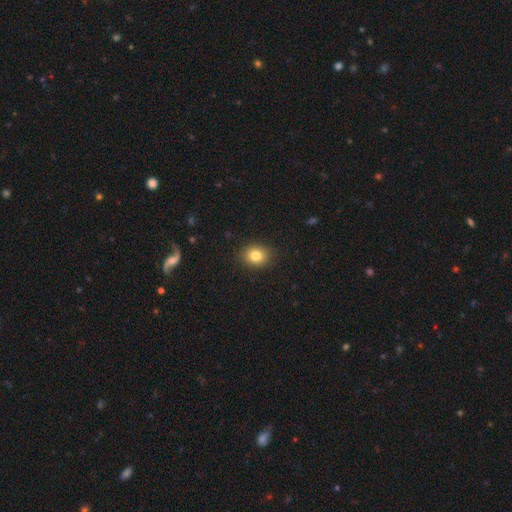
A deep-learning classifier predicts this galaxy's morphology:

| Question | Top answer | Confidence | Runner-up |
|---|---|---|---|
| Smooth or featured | smooth | 82% | star or artifact (11%) |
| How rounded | round | 61% | in between (38%) |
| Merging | none | 88% | minor disturbance (8%) |